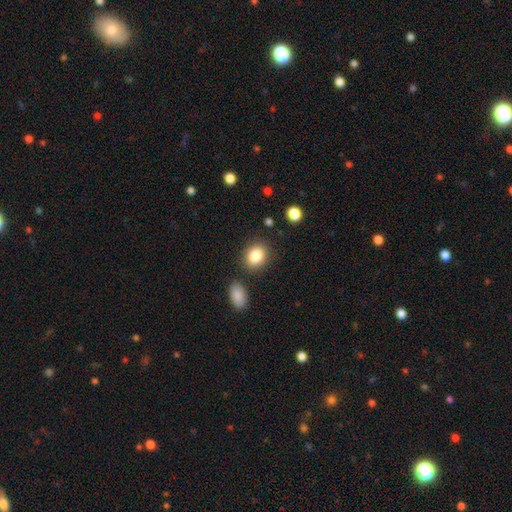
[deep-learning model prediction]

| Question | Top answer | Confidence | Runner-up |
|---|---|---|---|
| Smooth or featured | smooth | 85% | star or artifact (9%) |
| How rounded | round | 52% | in between (47%) |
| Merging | none | 82% | minor disturbance (10%) |